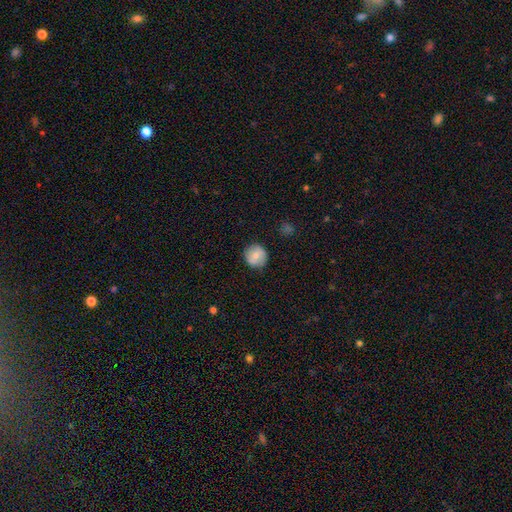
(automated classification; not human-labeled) smooth-or-featured: smooth: 72% | featured or disk: 20% | star or artifact: 8%
  how-rounded: round: 91% | in between: 8% | cigar-shaped: 1%
  merging: none: 85% | minor disturbance: 11% | major disturbance: 2% | merger: 1%